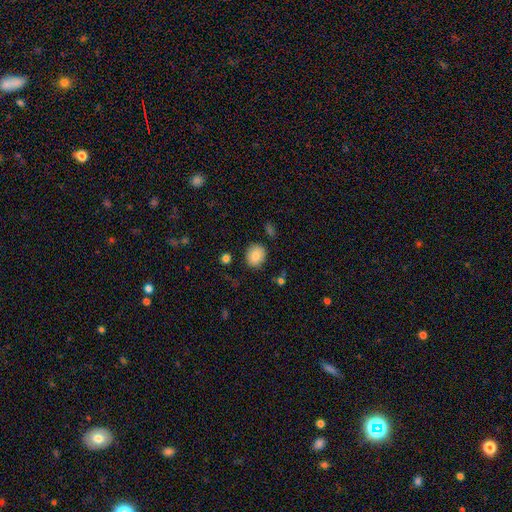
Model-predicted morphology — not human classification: Q: Smooth or featured?
A: smooth (84%); runner-up: star or artifact (9%)
Q: How rounded?
A: round (72%); runner-up: in between (27%)
Q: Merging?
A: none (83%); runner-up: minor disturbance (11%)